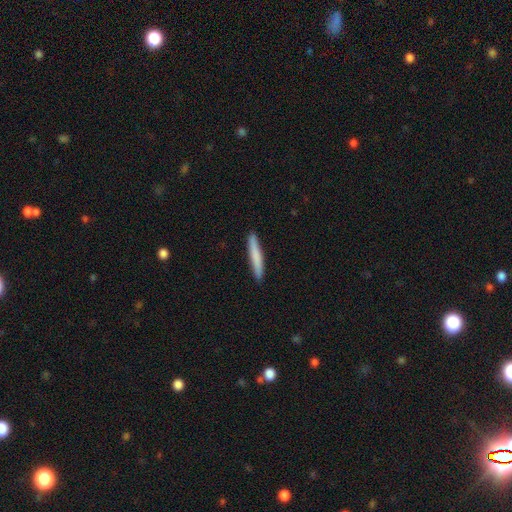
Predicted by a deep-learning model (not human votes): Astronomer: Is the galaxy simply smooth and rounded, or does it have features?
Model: smooth — 78%.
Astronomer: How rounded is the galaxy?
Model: cigar-shaped — 95%.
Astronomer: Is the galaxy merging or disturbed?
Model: none — 91%.